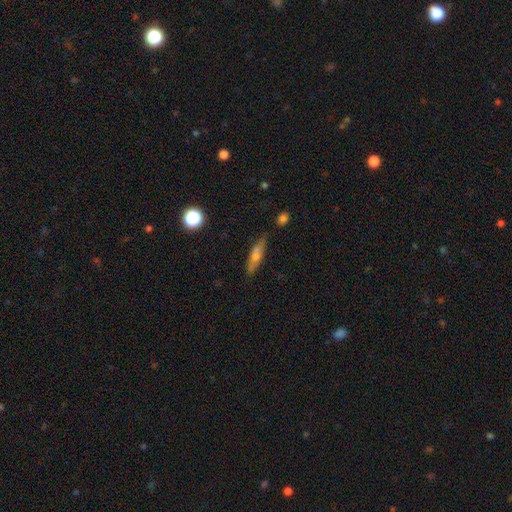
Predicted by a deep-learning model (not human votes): Morphology: type=smooth (48%); merging=none (79%).